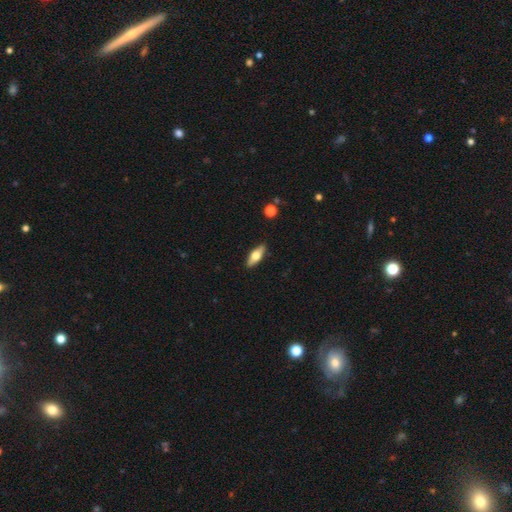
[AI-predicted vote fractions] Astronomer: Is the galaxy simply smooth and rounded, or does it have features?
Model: smooth — 55% (runner-up: featured or disk, 38%).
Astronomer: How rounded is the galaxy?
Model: in between — 68%.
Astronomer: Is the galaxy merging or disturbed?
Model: none — 88%.